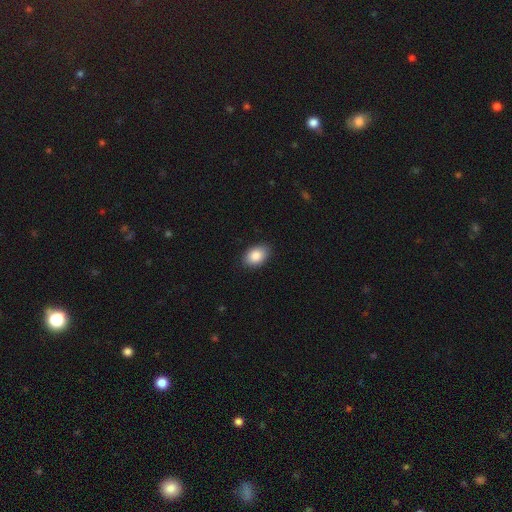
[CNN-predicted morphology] A smooth galaxy with no disk features (87%) that is in between round and cigar-shaped (87%).

Vote fractions:
- Smooth or featured? smooth: 87% / star or artifact: 7% / featured or disk: 6%
- How rounded? in between: 87% / round: 12% / cigar-shaped: 1%
- Merging? none: 86% / minor disturbance: 11% / major disturbance: 2% / merger: 1%